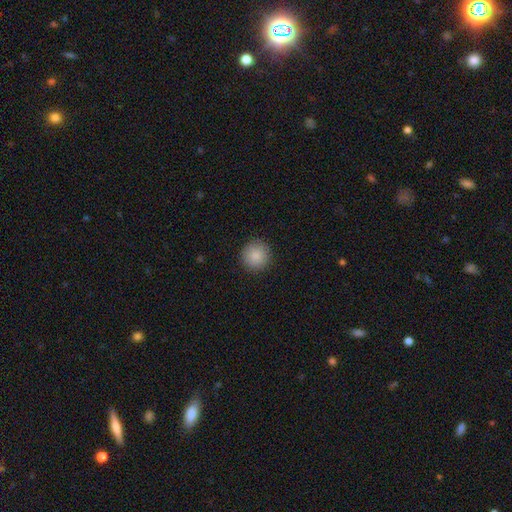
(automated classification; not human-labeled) Smooth or featured? smooth (87%)
How rounded? round (95%)
Merging? none (91%)